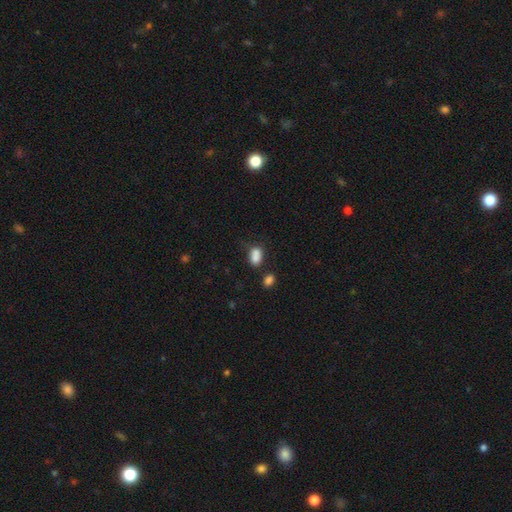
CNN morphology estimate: This appears to be a smooth galaxy with no disk features (82%) that is in between round and cigar-shaped (78%). Merging: none (42%).